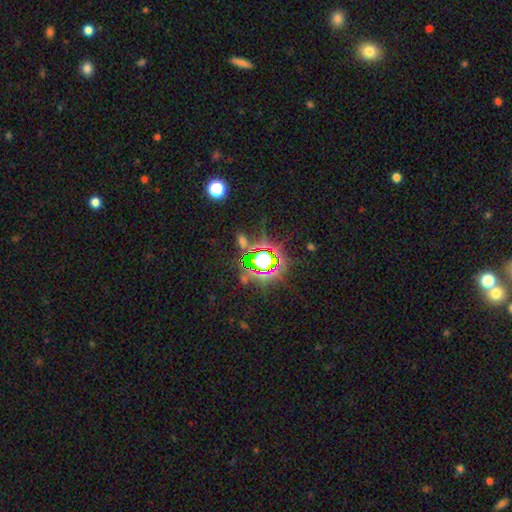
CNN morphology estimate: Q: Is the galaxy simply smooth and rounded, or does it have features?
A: star or artifact — 80%.